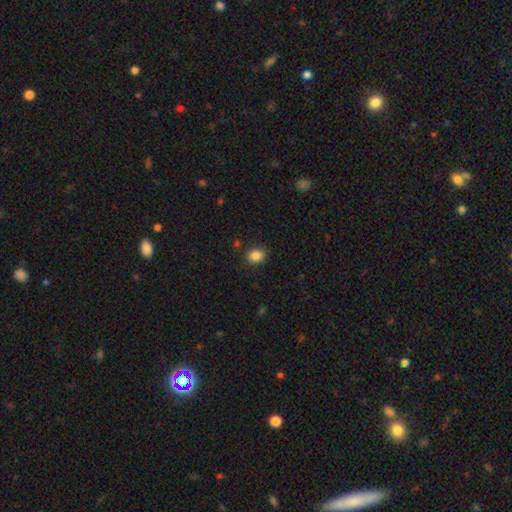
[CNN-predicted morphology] Smooth or featured: smooth — 86% (star or artifact — 10%)
How rounded: round — 56% (in between — 43%)
Merging: none — 86% (minor disturbance — 10%)